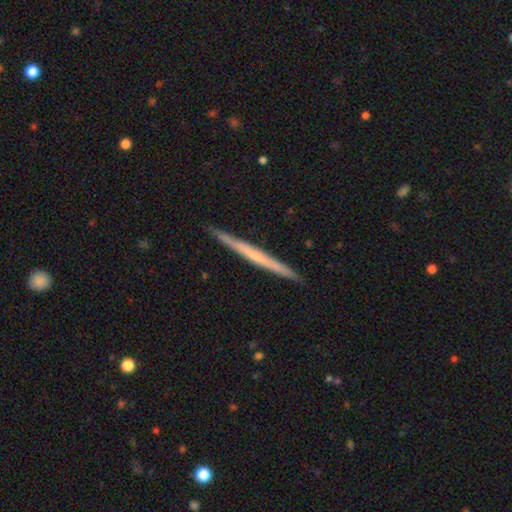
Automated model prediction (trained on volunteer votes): This is possibly a featured or disk galaxy (55%). It is clearly viewed edge-on (97%). Edge-on bulge: clearly none (83%). Merging: clearly none (91%).